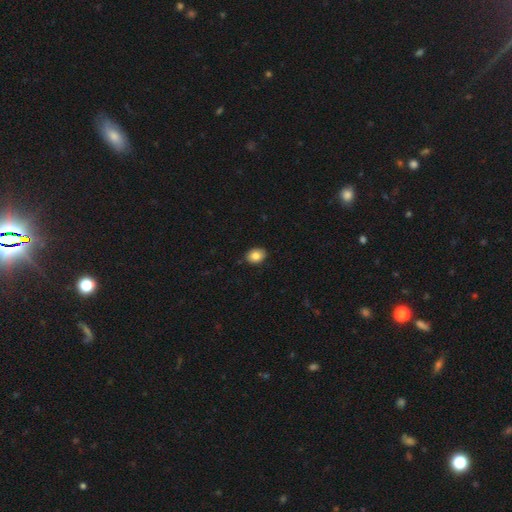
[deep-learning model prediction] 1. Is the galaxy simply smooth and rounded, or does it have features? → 84% smooth, 8% star or artifact, 8% featured or disk.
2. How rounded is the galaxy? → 65% in between, 34% round, 1% cigar-shaped.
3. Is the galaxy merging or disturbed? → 89% none, 9% minor disturbance, 2% major disturbance, 1% merger.